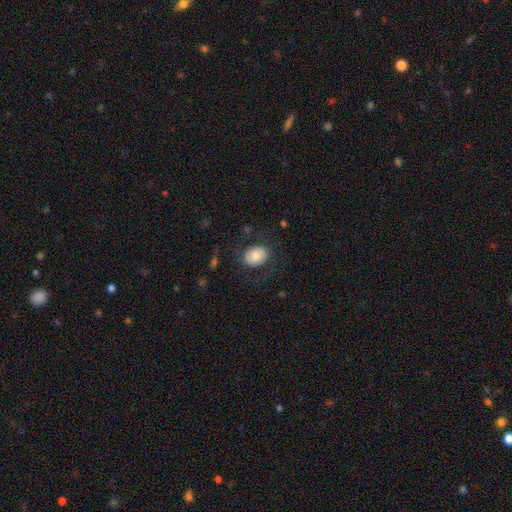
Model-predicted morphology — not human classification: Smooth or featured? smooth (72%)
How rounded? in between (55%)
Merging? none (75%)